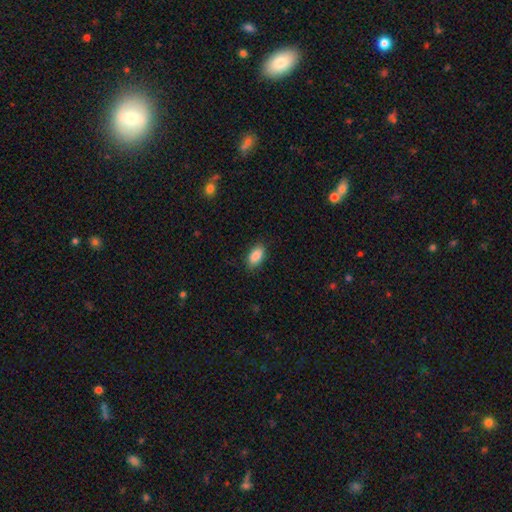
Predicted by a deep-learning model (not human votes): Smooth or featured?
  - smooth: 89% *
  - star or artifact: 7%
  - featured or disk: 4%
How rounded?
  - in between: 92% *
  - round: 4%
  - cigar-shaped: 4%
Merging?
  - none: 86% *
  - minor disturbance: 11%
  - major disturbance: 3%
  - merger: 1%